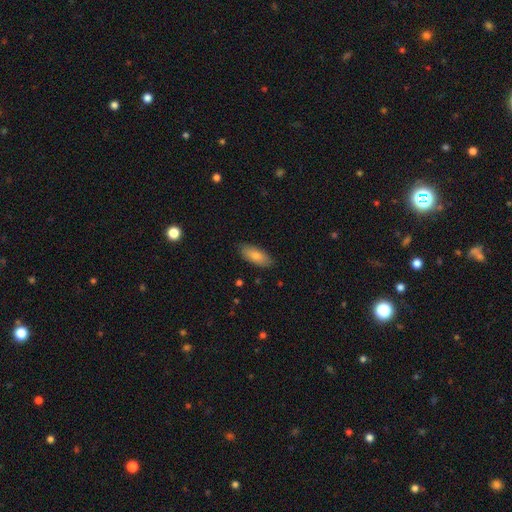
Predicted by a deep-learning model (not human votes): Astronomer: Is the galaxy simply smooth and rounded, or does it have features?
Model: smooth — 81%.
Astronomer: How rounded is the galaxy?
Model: in between — 81%.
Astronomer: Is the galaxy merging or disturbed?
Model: none — 86%.